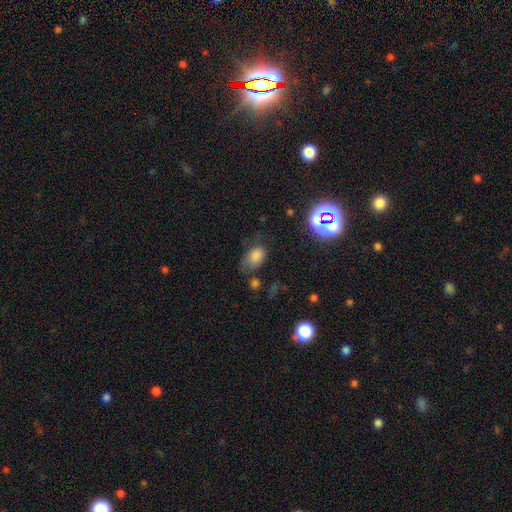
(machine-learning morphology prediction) The model was most divided on "merging": none: 50%, minor disturbance: 30%, major disturbance: 15%, merger: 6%. More confident: how rounded — in between (87%); smooth or featured — smooth (77%).